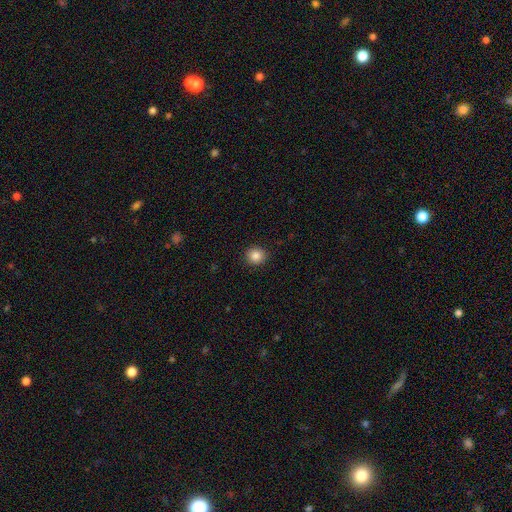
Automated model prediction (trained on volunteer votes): Smooth or featured?
  - smooth: 85% *
  - star or artifact: 10%
  - featured or disk: 5%
How rounded?
  - round: 90% *
  - in between: 9%
  - cigar-shaped: 1%
Merging?
  - none: 92% *
  - minor disturbance: 5%
  - major disturbance: 2%
  - merger: 1%